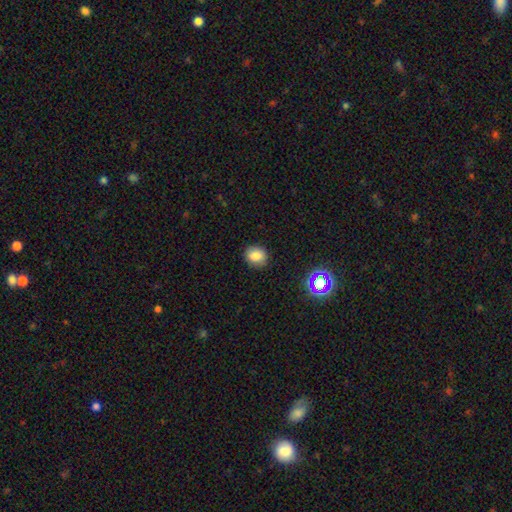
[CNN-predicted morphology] A smooth galaxy with no disk features (81%) that is round (75%).

Vote fractions:
- Smooth or featured? smooth: 81% / star or artifact: 13% / featured or disk: 7%
- How rounded? round: 75% / in between: 24% / cigar-shaped: 1%
- Merging? none: 88% / minor disturbance: 9% / major disturbance: 2% / merger: 1%